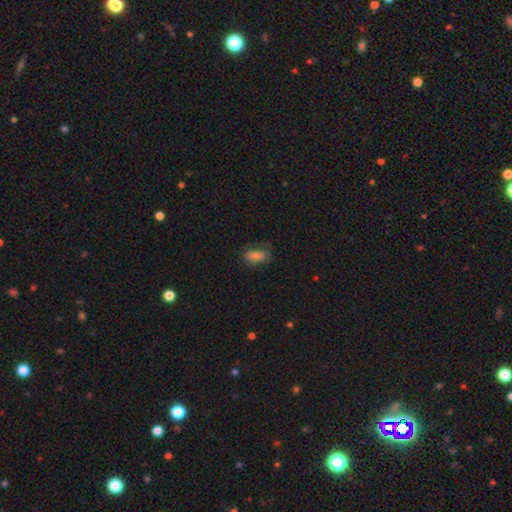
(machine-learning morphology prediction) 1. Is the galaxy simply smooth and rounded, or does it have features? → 73% smooth, 16% featured or disk, 10% star or artifact.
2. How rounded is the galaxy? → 85% in between, 9% cigar-shaped, 7% round.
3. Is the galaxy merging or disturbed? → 62% none, 26% minor disturbance, 10% major disturbance, 2% merger.